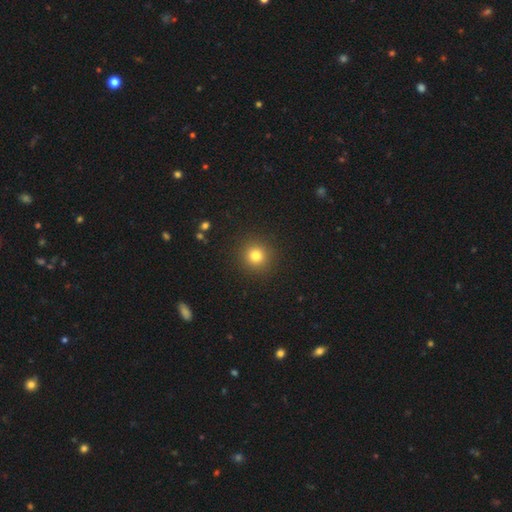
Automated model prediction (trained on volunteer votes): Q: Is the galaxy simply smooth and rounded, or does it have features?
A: smooth — 80%.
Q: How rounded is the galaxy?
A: round — 94%.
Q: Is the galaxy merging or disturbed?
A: none — 91%.